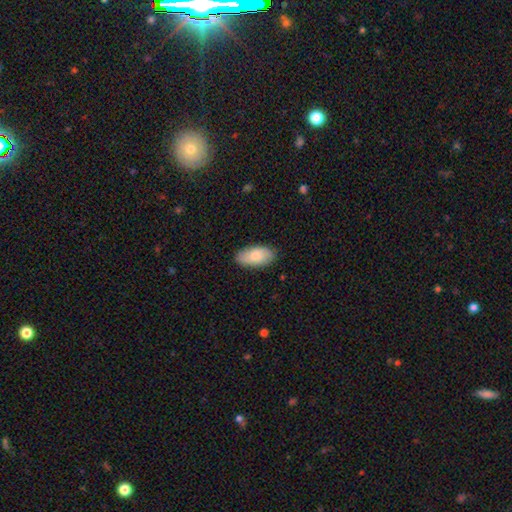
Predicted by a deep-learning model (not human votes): Smooth or featured? Predicted: smooth (p=0.79). How rounded? Predicted: in between (p=0.94). Merging? Predicted: none (p=0.86).